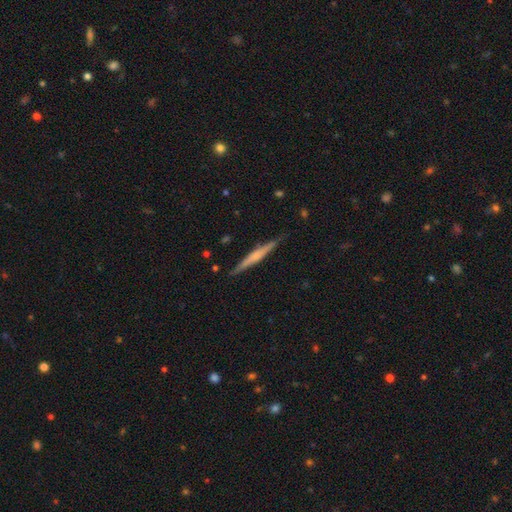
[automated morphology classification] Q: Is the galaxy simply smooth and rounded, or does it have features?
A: featured or disk — 63%.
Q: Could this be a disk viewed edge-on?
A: yes — 98%.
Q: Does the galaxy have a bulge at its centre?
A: rounded — 50%.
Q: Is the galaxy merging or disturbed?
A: none — 88%.